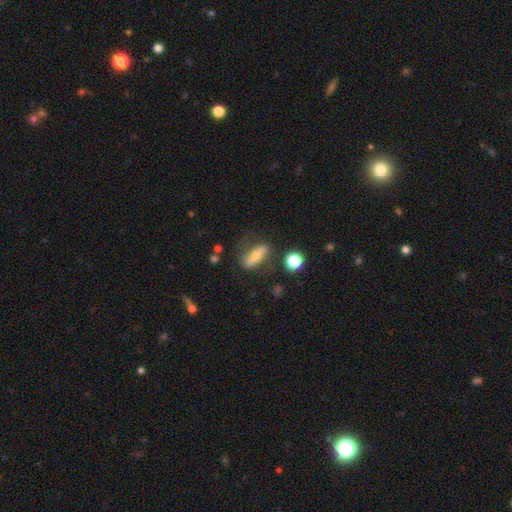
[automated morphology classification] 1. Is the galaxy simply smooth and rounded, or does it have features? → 49% smooth, 43% featured or disk, 8% star or artifact.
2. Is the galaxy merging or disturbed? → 65% none, 19% minor disturbance, 10% major disturbance, 5% merger.